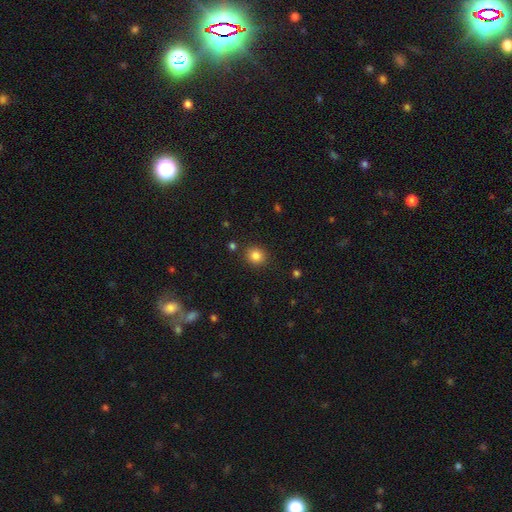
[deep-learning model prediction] This appears to be a smooth galaxy with no disk features (84%) that is round (80%). Merging: none (87%).